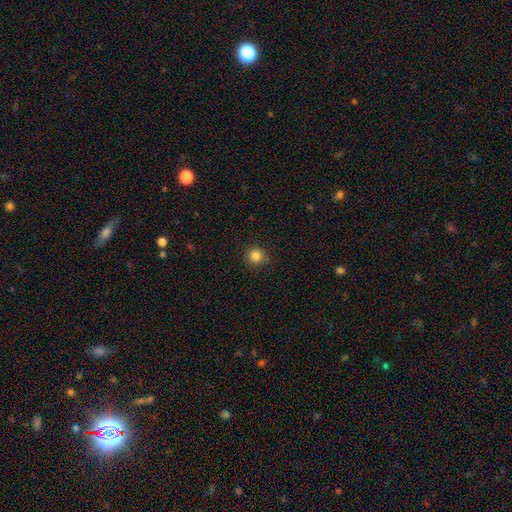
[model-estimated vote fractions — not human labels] Smooth or featured? smooth (85%)
How rounded? round (92%)
Merging? none (89%)